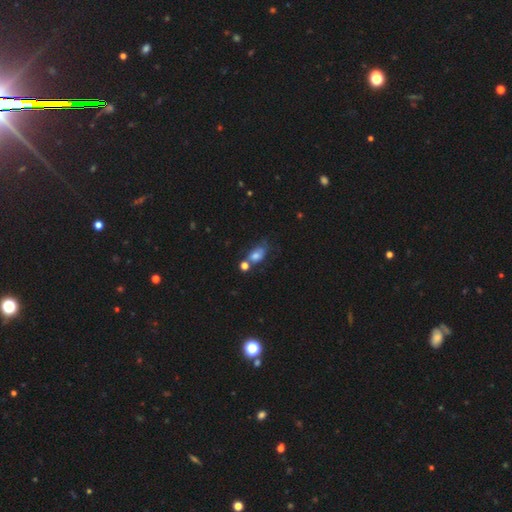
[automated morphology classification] Q: Smooth or featured?
A: smooth (65%); runner-up: featured or disk (22%)
Q: How rounded?
A: in between (80%); runner-up: round (16%)
Q: Merging?
A: none (38%); runner-up: merger (26%)